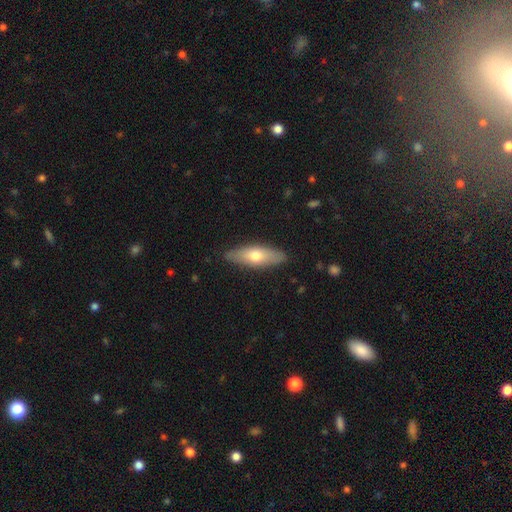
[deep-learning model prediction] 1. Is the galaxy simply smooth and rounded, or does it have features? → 61% smooth, 34% featured or disk, 5% star or artifact.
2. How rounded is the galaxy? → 52% in between, 45% cigar-shaped, 2% round.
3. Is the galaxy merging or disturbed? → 86% none, 11% minor disturbance, 2% major disturbance, 1% merger.